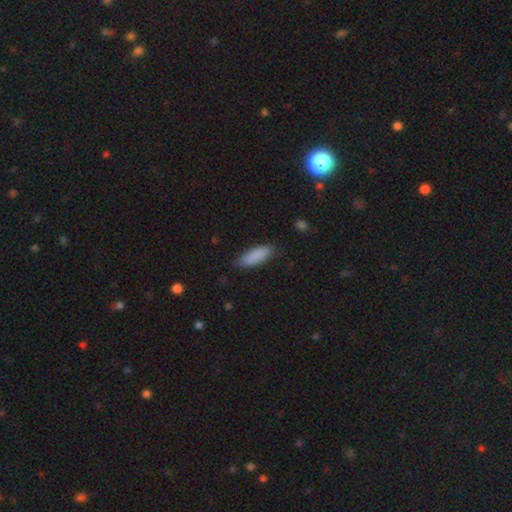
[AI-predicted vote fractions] Morphology: type=smooth (89%); roundness=in between (62%); merging=none (80%).